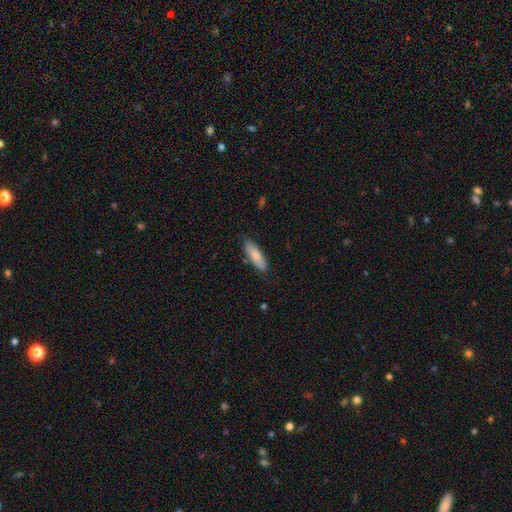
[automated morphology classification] This appears to be a smooth galaxy with no disk features (81%) that is in between round and cigar-shaped (50%). Merging: none (83%).